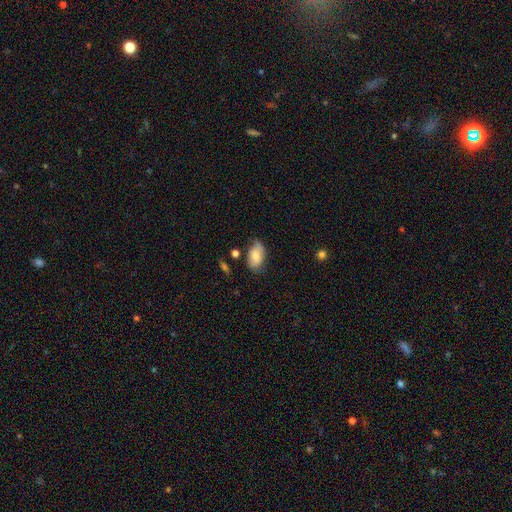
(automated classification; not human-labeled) A smooth galaxy with no disk features (72%) that is in between round and cigar-shaped (92%). Merging: none (61%).